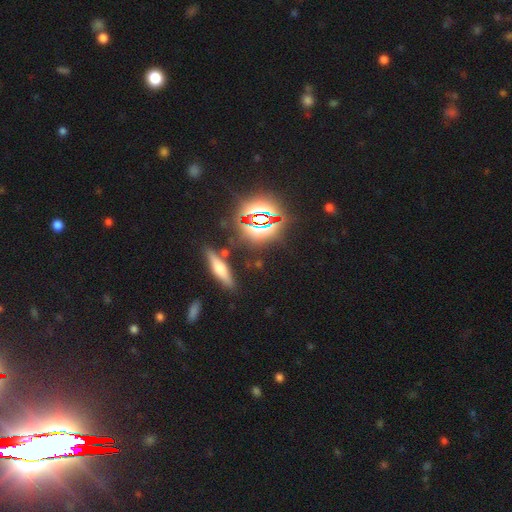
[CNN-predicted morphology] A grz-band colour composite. It shows a star or artifact, not a galaxy (60%).